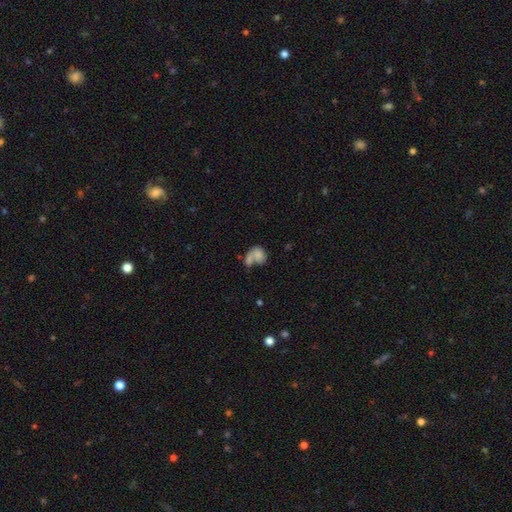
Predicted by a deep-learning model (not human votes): Overall: smooth (70%). How rounded: in between (51%; round 47%). Merging: merger (50%; none 25%).